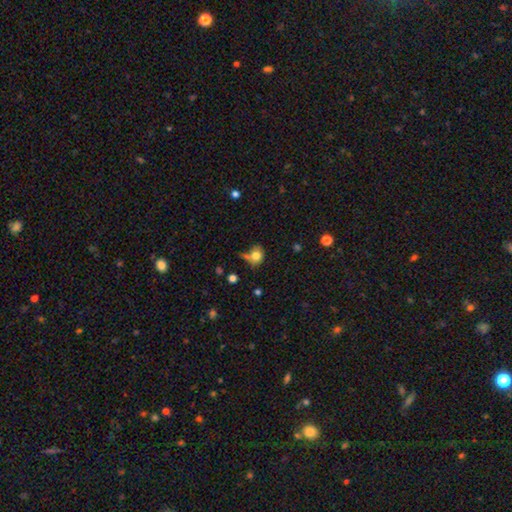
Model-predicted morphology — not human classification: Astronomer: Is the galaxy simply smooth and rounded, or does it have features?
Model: smooth — 79%.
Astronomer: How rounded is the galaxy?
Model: round — 67%.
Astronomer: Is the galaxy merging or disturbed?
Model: none — 51%.